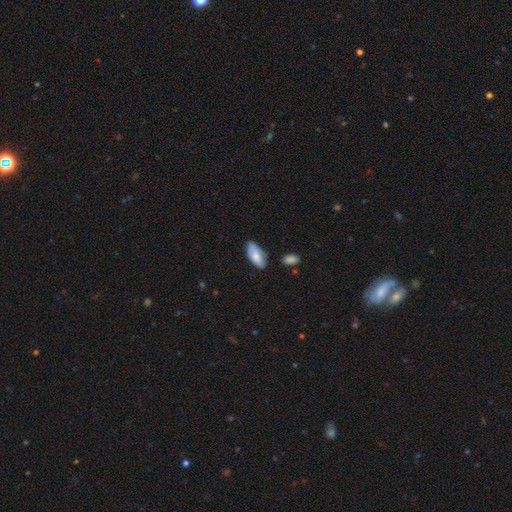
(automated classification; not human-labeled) Smooth or featured?
  - smooth: 76% *
  - featured or disk: 18%
  - star or artifact: 6%
How rounded?
  - in between: 92% *
  - cigar-shaped: 6%
  - round: 2%
Merging?
  - none: 67% *
  - minor disturbance: 26%
  - major disturbance: 4%
  - merger: 4%